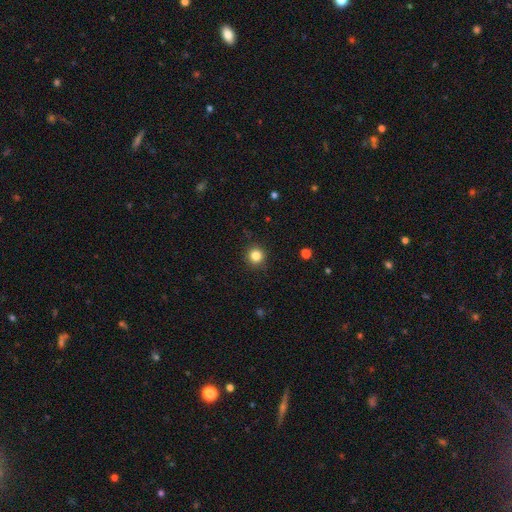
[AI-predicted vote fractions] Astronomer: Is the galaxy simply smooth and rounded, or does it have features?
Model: smooth — 84%.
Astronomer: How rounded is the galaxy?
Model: round — 95%.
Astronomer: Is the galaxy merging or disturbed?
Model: none — 91%.